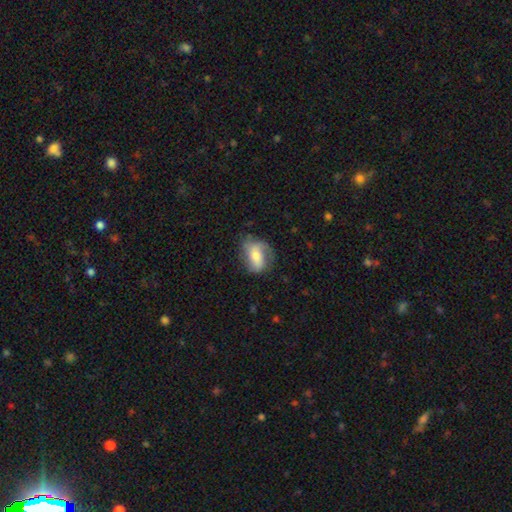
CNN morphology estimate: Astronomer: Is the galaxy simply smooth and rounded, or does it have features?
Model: featured or disk — 53% (runner-up: smooth, 40%).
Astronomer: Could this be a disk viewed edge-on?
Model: no — 94%.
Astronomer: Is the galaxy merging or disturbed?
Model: none — 57%.